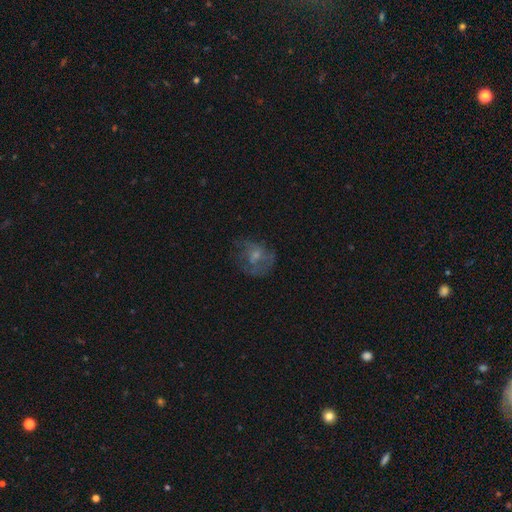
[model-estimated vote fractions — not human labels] Smooth or featured? featured or disk (49%)
Merging? none (46%)